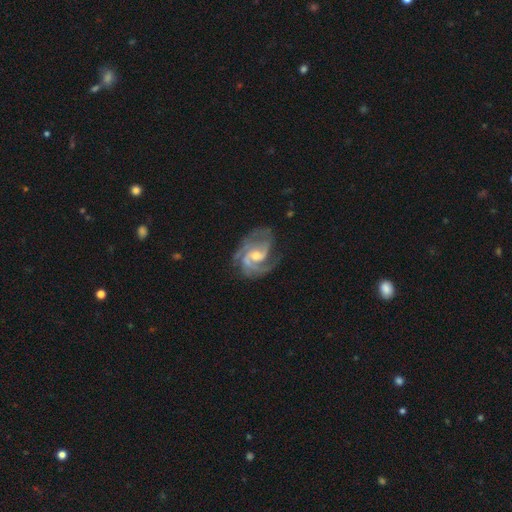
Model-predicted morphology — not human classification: smooth-or-featured: featured or disk: 92% | star or artifact: 4% | smooth: 4%
  disk-edge-on: no: 98% | yes: 2%
    bar: no: 46% | weak: 42% | strong: 12%
    has-spiral-arms: yes: 98% | no: 2%
      spiral-winding: medium: 51% | tight: 37% | loose: 12%
      spiral-arm-count: 2: 39% | 3: 37% | can't tell: 9% | 4: 6% | 1: 5% | more than 4: 4%
    bulge-size: moderate: 56% | small: 40% | large: 2% | none: 1% | dominant: 1%
  merging: none: 66% | minor disturbance: 20% | major disturbance: 12% | merger: 2%